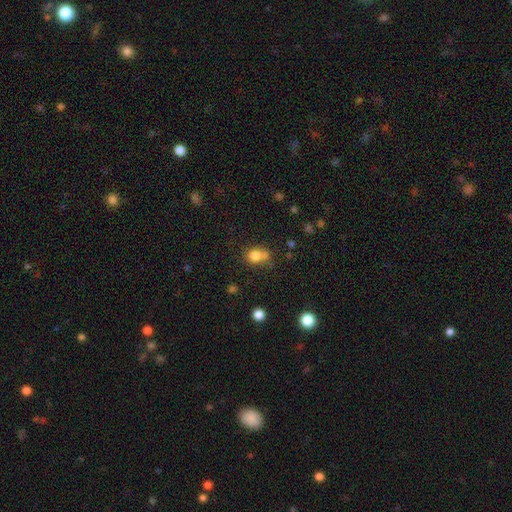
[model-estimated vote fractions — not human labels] Overall: smooth (79%). How rounded: round (67%; in between 32%). Merging: none (46%; merger 32%).